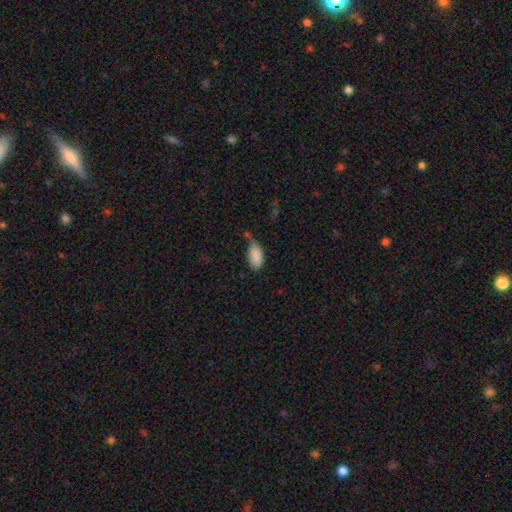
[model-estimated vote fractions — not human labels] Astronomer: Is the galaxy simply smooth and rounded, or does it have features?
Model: smooth — 88%.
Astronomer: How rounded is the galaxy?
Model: in between — 94%.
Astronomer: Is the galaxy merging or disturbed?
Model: none — 40% (runner-up: minor disturbance, 38%).